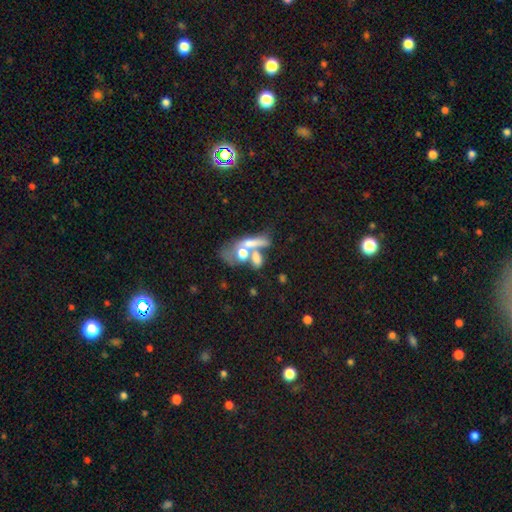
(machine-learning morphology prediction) smooth_or_featured: smooth (p=0.57) [alt: featured or disk p=0.31]
how_rounded: in between (p=0.59) [alt: round p=0.25]
merging: merger (p=0.54) [alt: none p=0.25]